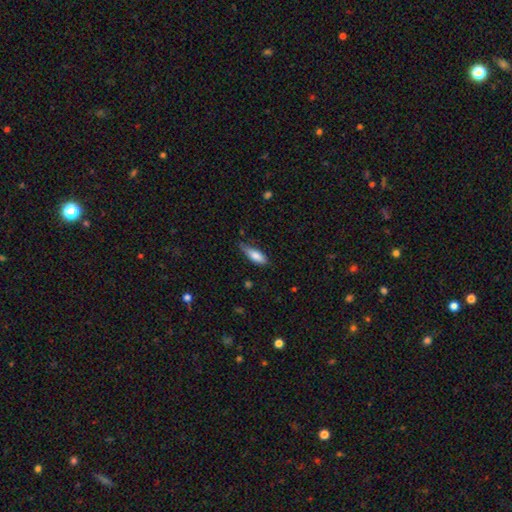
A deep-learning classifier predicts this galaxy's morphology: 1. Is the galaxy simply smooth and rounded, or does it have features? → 80% smooth, 13% featured or disk, 6% star or artifact.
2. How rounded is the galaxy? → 60% in between, 38% cigar-shaped, 2% round.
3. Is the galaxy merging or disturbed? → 57% none, 34% minor disturbance, 6% major disturbance, 2% merger.